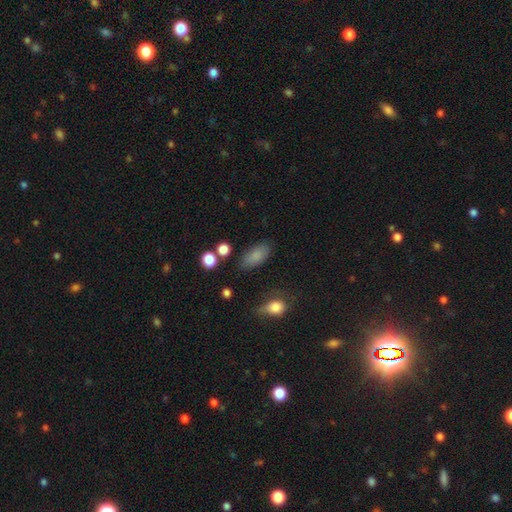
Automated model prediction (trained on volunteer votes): Morphology: type=smooth (83%); roundness=in between (87%); merging=none (78%).